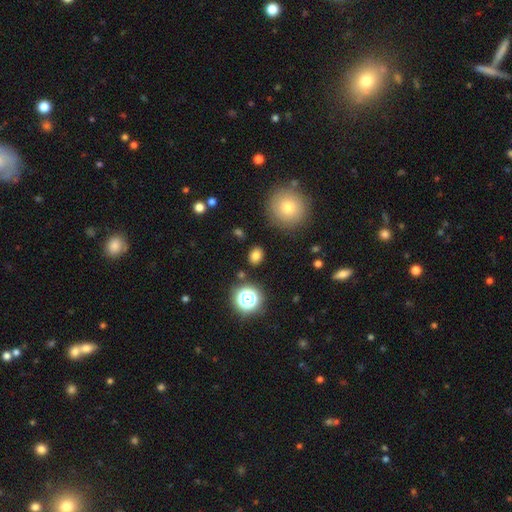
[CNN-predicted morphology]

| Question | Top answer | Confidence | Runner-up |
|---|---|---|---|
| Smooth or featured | smooth | 77% | star or artifact (17%) |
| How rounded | round | 51% | in between (48%) |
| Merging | none | 86% | minor disturbance (9%) |